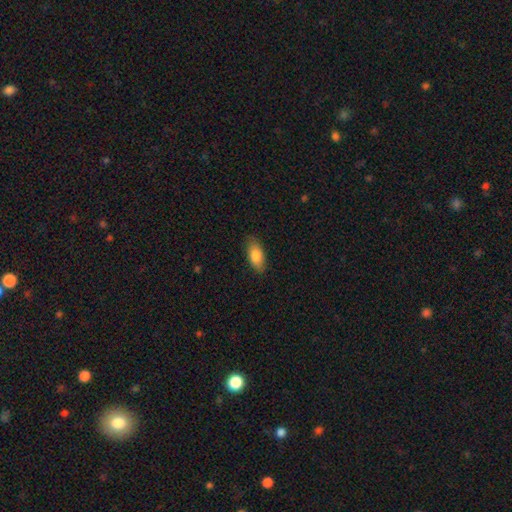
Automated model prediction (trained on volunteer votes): Smooth or featured? smooth (83%)
How rounded? in between (88%)
Merging? none (83%)